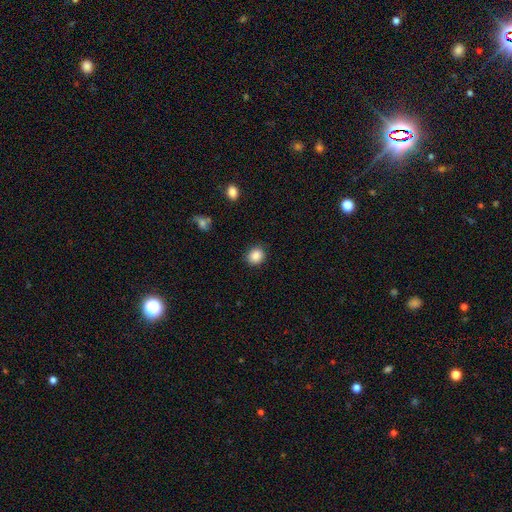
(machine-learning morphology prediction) Smooth or featured?
  - smooth: 87% *
  - star or artifact: 9%
  - featured or disk: 3%
How rounded?
  - round: 73% *
  - in between: 26%
  - cigar-shaped: 1%
Merging?
  - none: 88% *
  - minor disturbance: 8%
  - major disturbance: 2%
  - merger: 1%